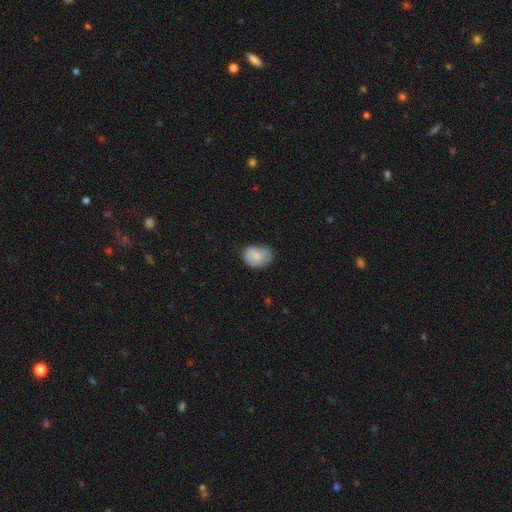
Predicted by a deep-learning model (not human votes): smooth-or-featured: smooth: 76% | featured or disk: 16% | star or artifact: 7%
  how-rounded: in between: 66% | round: 33% | cigar-shaped: 1%
  merging: none: 59% | minor disturbance: 31% | major disturbance: 8% | merger: 2%